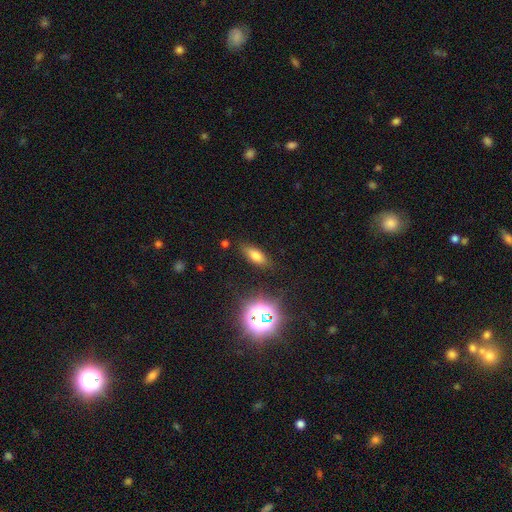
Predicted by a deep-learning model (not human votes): smooth-or-featured: smooth: 69% | star or artifact: 17% | featured or disk: 14%
  how-rounded: in between: 73% | cigar-shaped: 21% | round: 6%
  merging: none: 82% | minor disturbance: 12% | major disturbance: 3% | merger: 2%